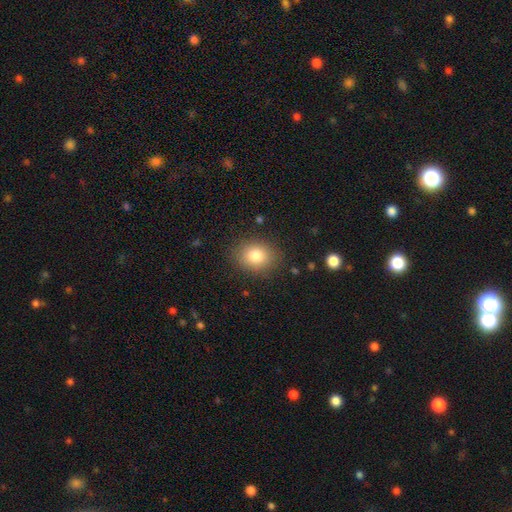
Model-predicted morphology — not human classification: Q: Smooth or featured?
A: smooth (81%); runner-up: star or artifact (10%)
Q: How rounded?
A: round (53%); runner-up: in between (46%)
Q: Merging?
A: none (85%); runner-up: minor disturbance (10%)